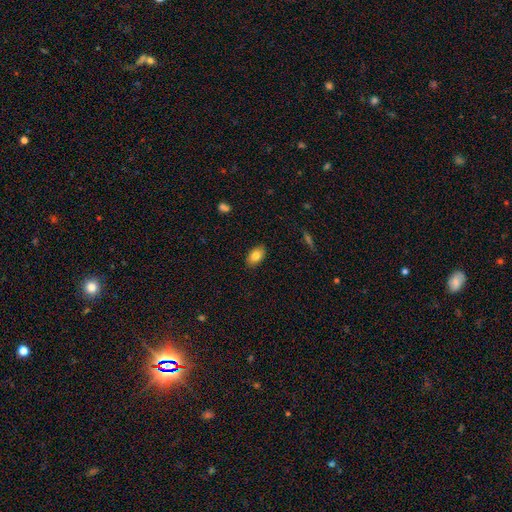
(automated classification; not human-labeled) smooth 81%, featured or disk 11%, star or artifact 7%. Down the decision tree: how rounded — in between (91%); merging — none (88%).